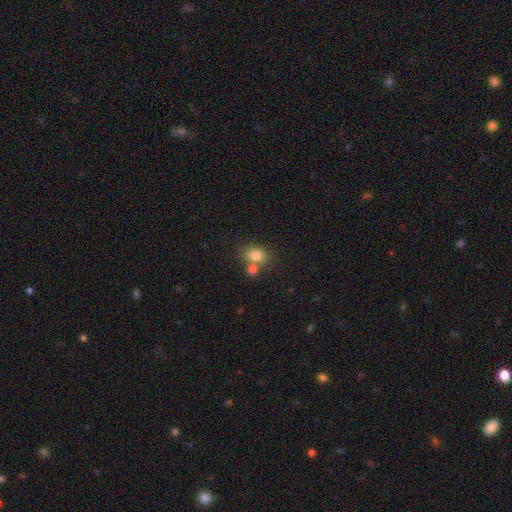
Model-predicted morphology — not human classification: A smooth galaxy with no disk features (81%) that is in between round and cigar-shaped (57%).

Vote fractions:
- Smooth or featured? smooth: 81% / star or artifact: 11% / featured or disk: 8%
- How rounded? in between: 57% / round: 42% / cigar-shaped: 1%
- Merging? none: 54% / merger: 31% / minor disturbance: 11% / major disturbance: 4%